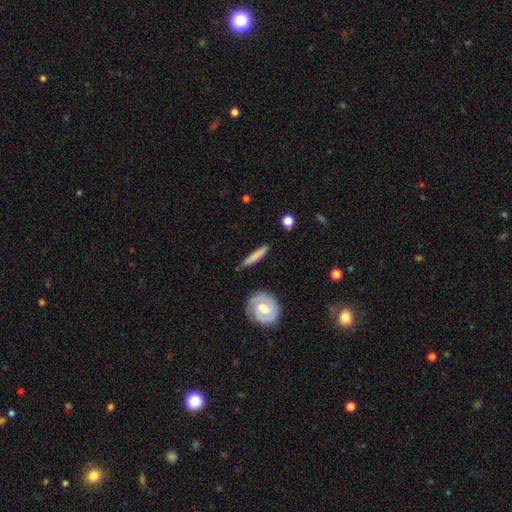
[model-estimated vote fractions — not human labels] This appears to be a smooth galaxy with no disk features (65%) that is cigar-shaped (90%). Merging: none (84%).